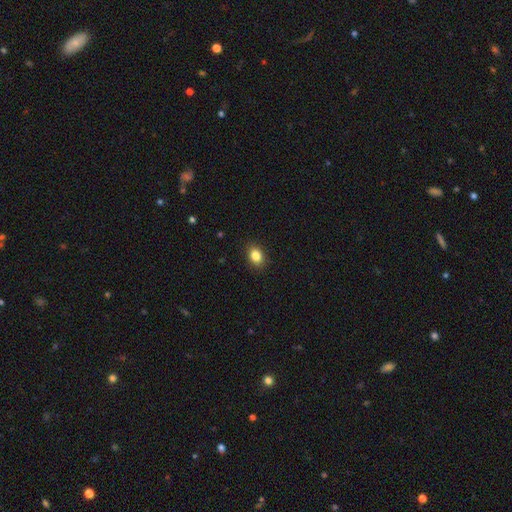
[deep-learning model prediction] smooth 85%, star or artifact 9%, featured or disk 6%. Down the decision tree: how rounded — in between (69%); merging — none (89%).